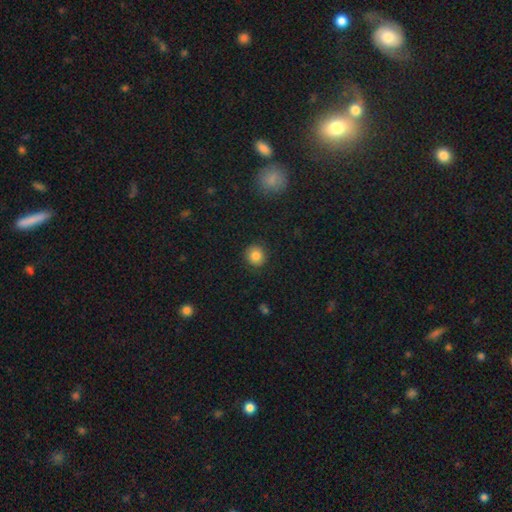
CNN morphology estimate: The model was most divided on "smooth or featured": smooth: 84%, star or artifact: 11%, featured or disk: 6%. More confident: how rounded — round (89%); merging — none (89%).